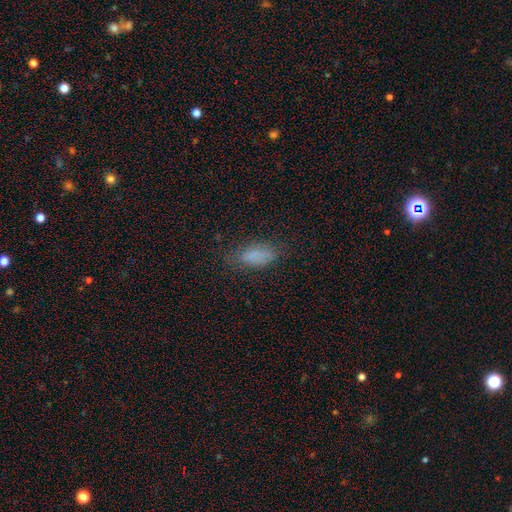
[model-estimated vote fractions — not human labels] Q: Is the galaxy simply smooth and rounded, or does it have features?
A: smooth — 79%.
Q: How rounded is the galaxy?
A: in between — 80%.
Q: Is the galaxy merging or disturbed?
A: none — 69%.